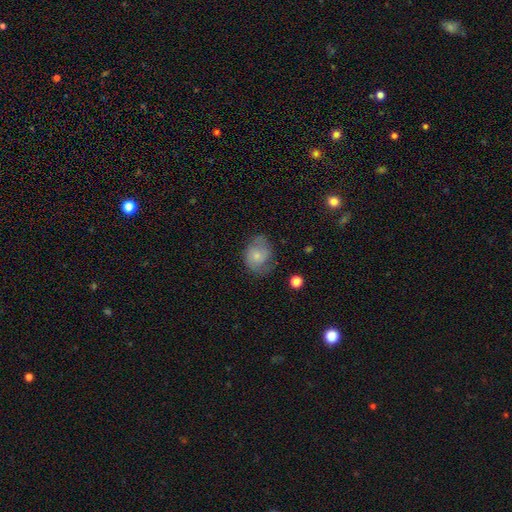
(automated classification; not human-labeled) Smooth or featured?
  - smooth: 49% *
  - featured or disk: 40%
  - star or artifact: 11%
Merging?
  - none: 62% *
  - minor disturbance: 25%
  - major disturbance: 11%
  - merger: 2%